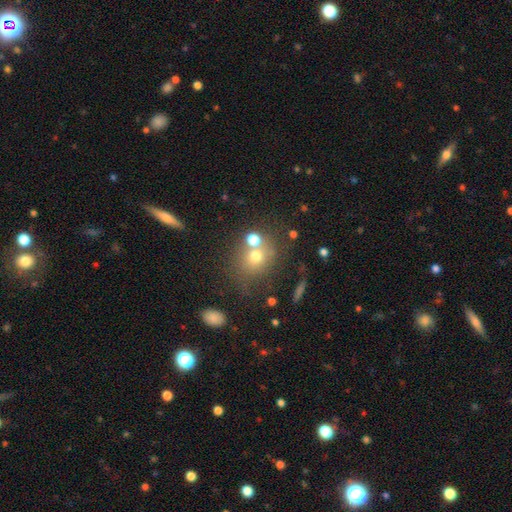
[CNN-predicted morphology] This is likely a smooth galaxy (65%). How rounded: likely round (71%). Merging: possibly none (55%).